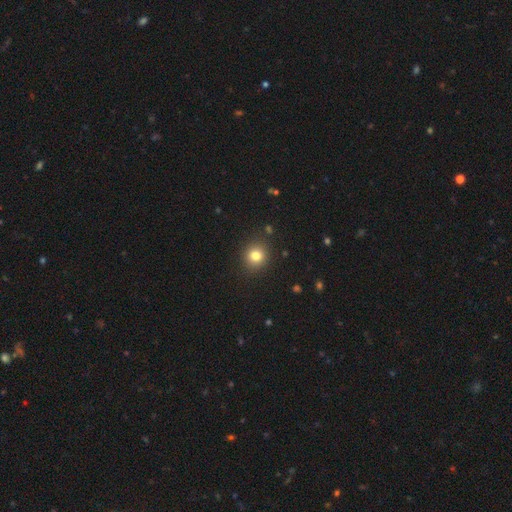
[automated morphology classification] Q: Smooth or featured?
A: smooth (80%); runner-up: star or artifact (13%)
Q: How rounded?
A: round (83%); runner-up: in between (16%)
Q: Merging?
A: none (89%); runner-up: minor disturbance (7%)